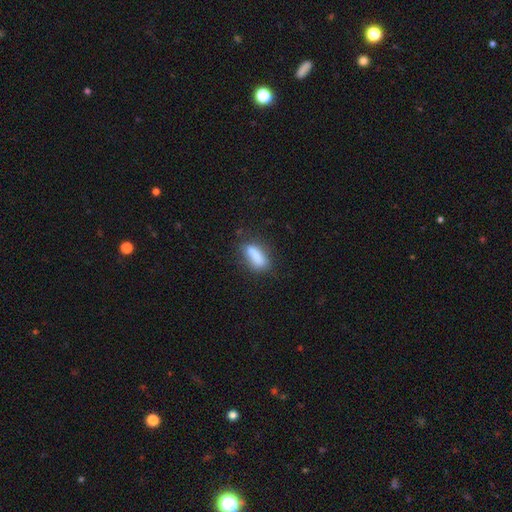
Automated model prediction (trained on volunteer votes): Smooth or featured? Predicted: smooth (p=0.81). How rounded? Predicted: in between (p=0.60). Merging? Predicted: none (p=0.68).